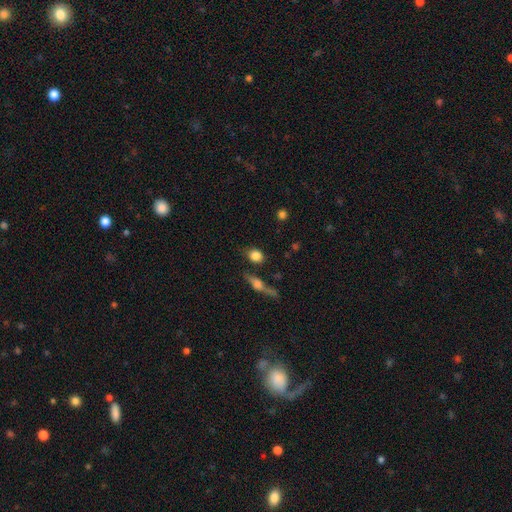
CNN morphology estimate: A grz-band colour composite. It shows a smooth galaxy with no disk features (81%) that is round (63%). Merging: none (72%).